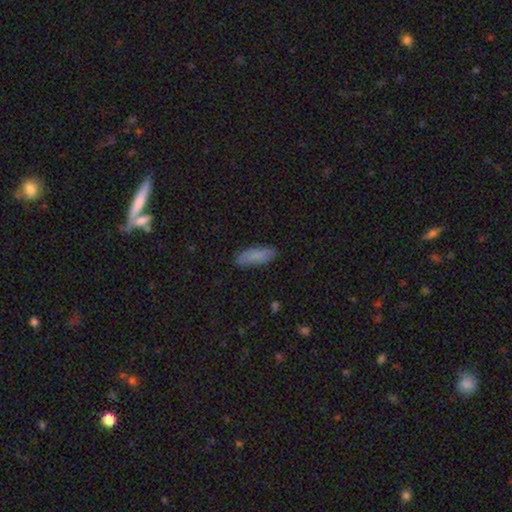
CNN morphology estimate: Smooth or featured: smooth — 83% (featured or disk — 10%)
How rounded: in between — 55% (cigar-shaped — 43%)
Merging: none — 82% (minor disturbance — 14%)